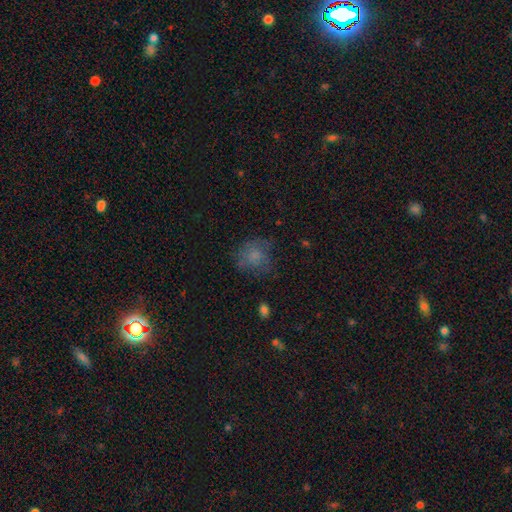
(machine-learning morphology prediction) Smooth or featured? Predicted: smooth (p=0.67). How rounded? Predicted: round (p=0.73). Merging? Predicted: none (p=0.58).